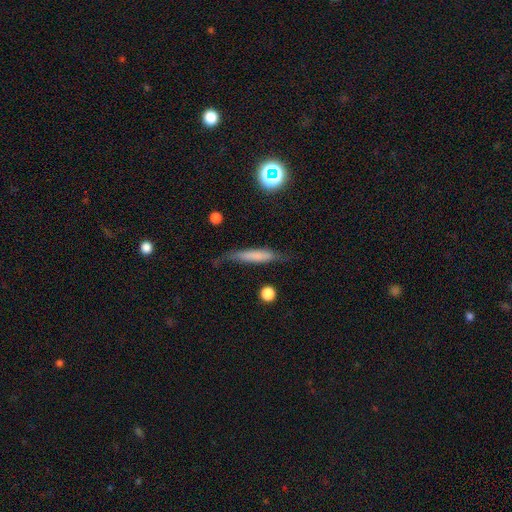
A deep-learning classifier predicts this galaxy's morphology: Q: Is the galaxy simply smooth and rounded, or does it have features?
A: smooth — 62%.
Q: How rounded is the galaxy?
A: cigar-shaped — 86%.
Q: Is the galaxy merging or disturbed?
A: none — 62%.